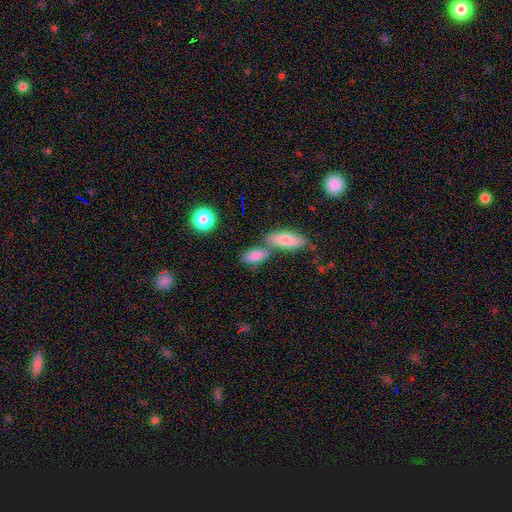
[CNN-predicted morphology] A smooth galaxy with no disk features (82%) that is in between round and cigar-shaped (82%). Merging: none (53%).